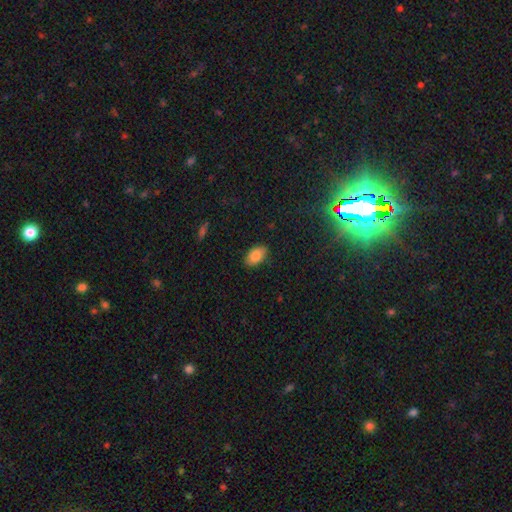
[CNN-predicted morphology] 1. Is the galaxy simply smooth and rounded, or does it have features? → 85% smooth, 8% star or artifact, 7% featured or disk.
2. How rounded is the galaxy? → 93% in between, 5% round, 2% cigar-shaped.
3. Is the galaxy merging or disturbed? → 87% none, 10% minor disturbance, 2% major disturbance, 1% merger.